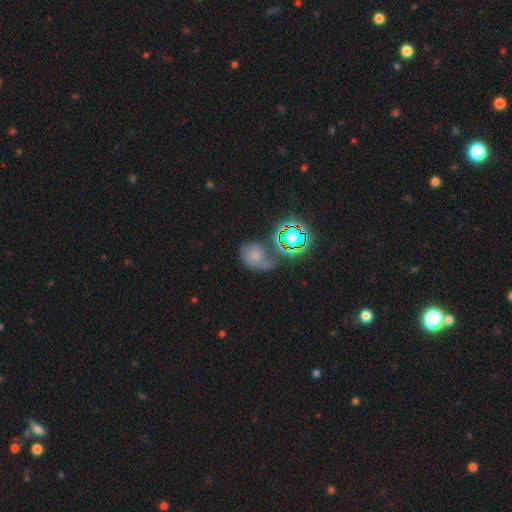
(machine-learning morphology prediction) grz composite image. It shows a smooth galaxy with no disk features (49%). Merging: none (34%).